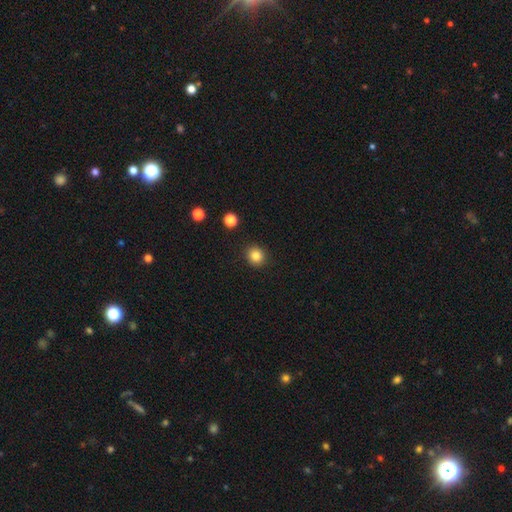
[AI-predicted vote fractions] Smooth or featured?
  - smooth: 84% *
  - star or artifact: 11%
  - featured or disk: 5%
How rounded?
  - round: 85% *
  - in between: 14%
  - cigar-shaped: 1%
Merging?
  - none: 90% *
  - minor disturbance: 7%
  - major disturbance: 2%
  - merger: 1%